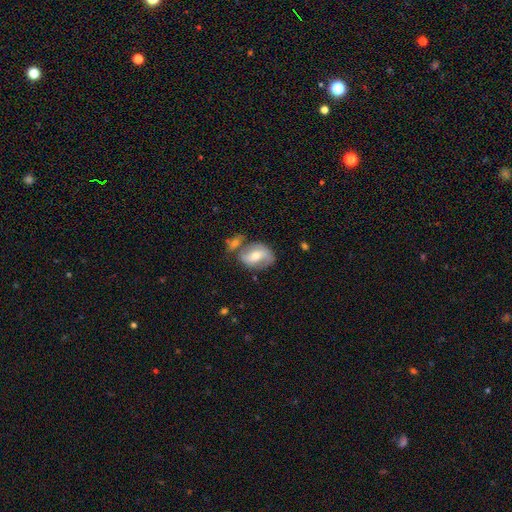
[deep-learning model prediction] Morphology: type=featured or disk (64%); edge-on=no (95%); bar=weak (41%); spiral arms=yes (81%); bulge=moderate (60%); merging=none (51%).